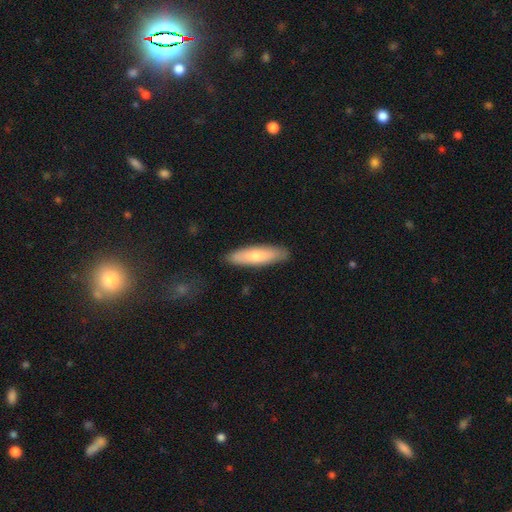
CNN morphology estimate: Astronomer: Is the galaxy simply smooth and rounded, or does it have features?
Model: smooth — 73%.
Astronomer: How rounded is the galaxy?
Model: cigar-shaped — 67%.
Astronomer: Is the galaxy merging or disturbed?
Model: none — 87%.